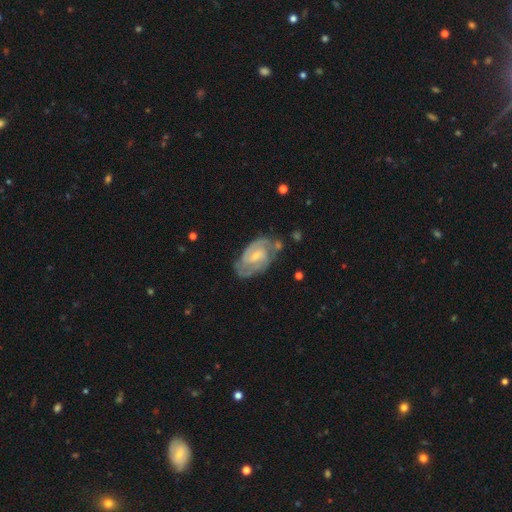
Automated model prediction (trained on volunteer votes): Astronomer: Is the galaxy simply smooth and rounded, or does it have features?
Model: featured or disk — 86%.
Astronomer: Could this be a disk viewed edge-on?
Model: no — 97%.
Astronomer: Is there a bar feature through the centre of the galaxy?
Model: weak — 53% (runner-up: no, 33%).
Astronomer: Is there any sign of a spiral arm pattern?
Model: yes — 96%.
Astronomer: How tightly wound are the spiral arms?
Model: tight — 53% (runner-up: medium, 39%).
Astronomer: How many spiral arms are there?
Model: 2 — 71%.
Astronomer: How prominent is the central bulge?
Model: small — 63%.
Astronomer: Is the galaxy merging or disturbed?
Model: none — 68%.